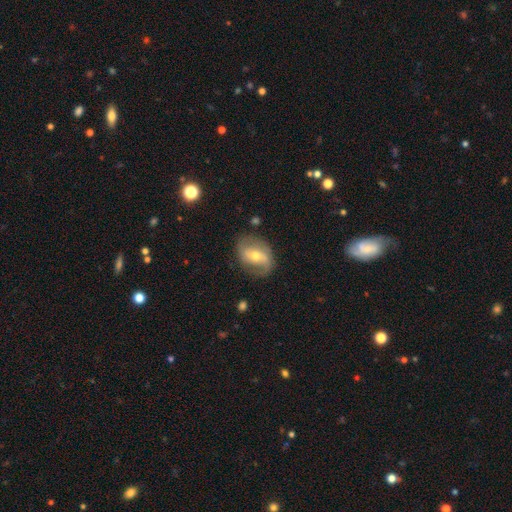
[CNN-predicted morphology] smooth-or-featured: featured or disk: 68% | smooth: 25% | star or artifact: 7%
  disk-edge-on: no: 96% | yes: 4%
    bar: weak: 40% | no: 33% | strong: 27%
    has-spiral-arms: yes: 82% | no: 18%
      spiral-winding: loose: 47% | medium: 36% | tight: 17%
      spiral-arm-count: 2: 81% | can't tell: 9% | 1: 8% | 3: 1% | 4: 1% | more than 4: 1%
    bulge-size: moderate: 60% | small: 35% | large: 3% | none: 1% | dominant: 1%
  merging: none: 72% | minor disturbance: 18% | major disturbance: 8% | merger: 2%